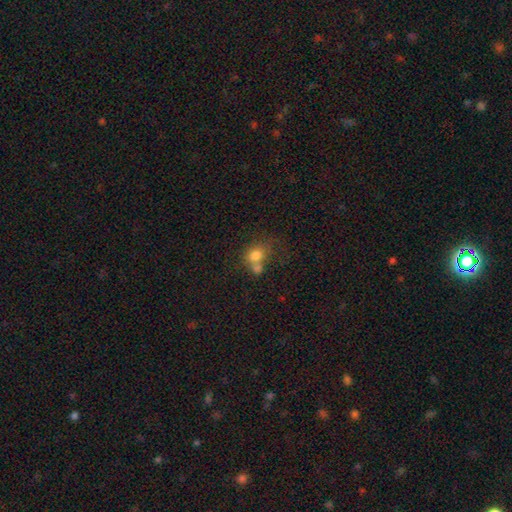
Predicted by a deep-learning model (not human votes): Q: Smooth or featured?
A: smooth (74%); runner-up: featured or disk (14%)
Q: How rounded?
A: round (53%); runner-up: in between (46%)
Q: Merging?
A: merger (52%); runner-up: none (29%)